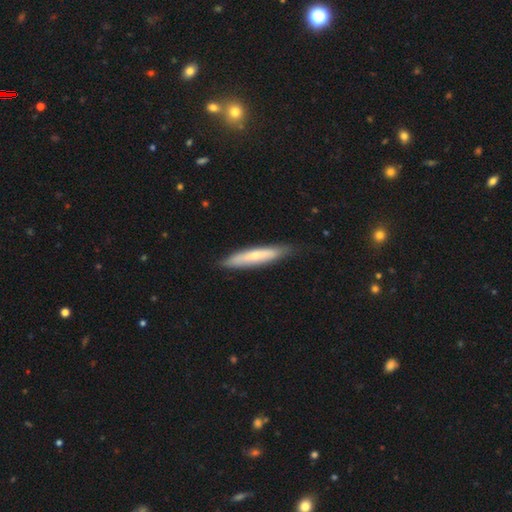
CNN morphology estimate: This is likely a smooth galaxy (61%). How rounded: clearly cigar-shaped (88%). Merging: clearly none (82%).